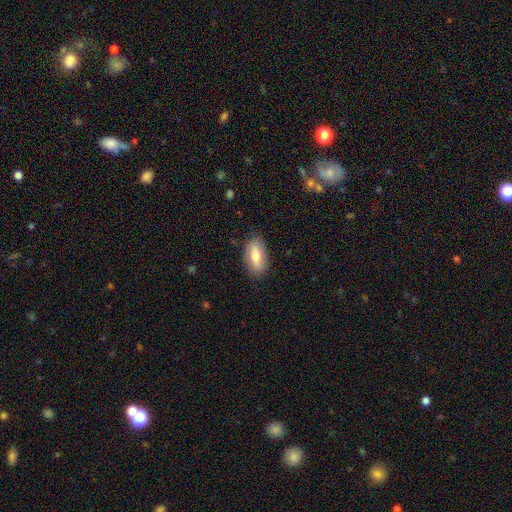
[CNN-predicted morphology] Smooth or featured?
  - smooth: 70% *
  - featured or disk: 24%
  - star or artifact: 6%
How rounded?
  - in between: 86% *
  - cigar-shaped: 11%
  - round: 3%
Merging?
  - none: 84% *
  - minor disturbance: 12%
  - major disturbance: 3%
  - merger: 1%